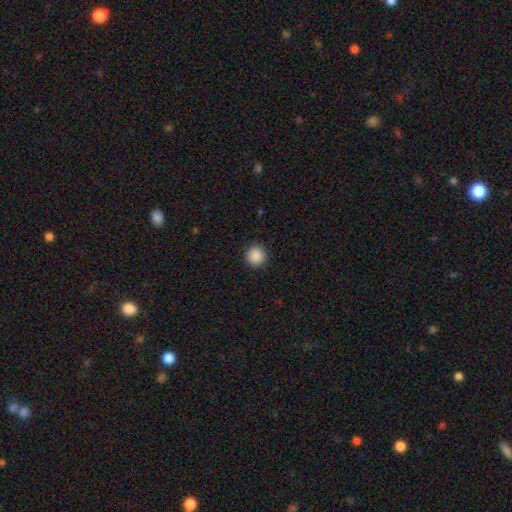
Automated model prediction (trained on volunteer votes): A smooth galaxy with no disk features (88%) that is round (94%).

Vote fractions:
- Smooth or featured? smooth: 88% / star or artifact: 9% / featured or disk: 3%
- How rounded? round: 94% / in between: 5% / cigar-shaped: 1%
- Merging? none: 92% / minor disturbance: 5% / major disturbance: 2% / merger: 1%